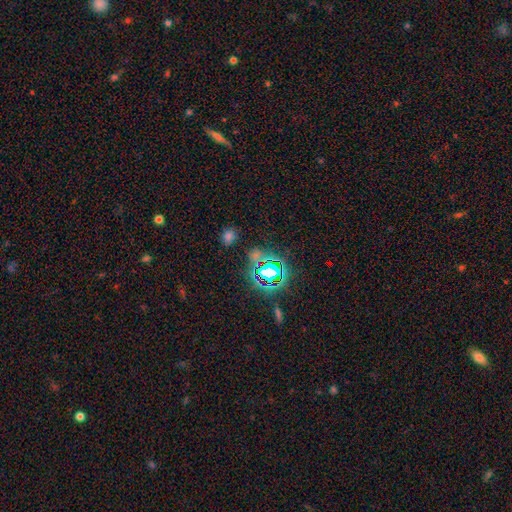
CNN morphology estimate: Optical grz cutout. It shows a star or artifact, not a galaxy (65%).